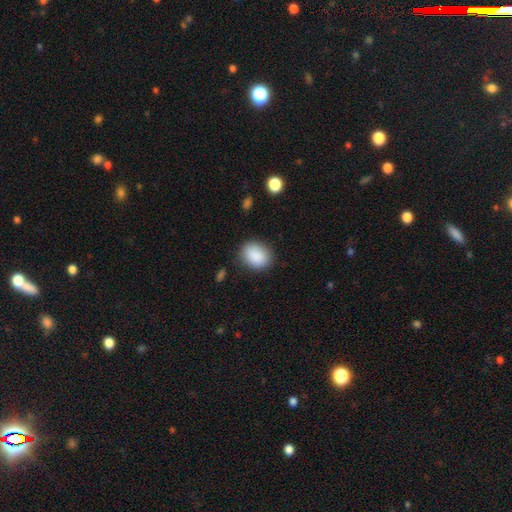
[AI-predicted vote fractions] smooth-or-featured: smooth: 88% | star or artifact: 7% | featured or disk: 4%
  how-rounded: in between: 56% | round: 43% | cigar-shaped: 1%
  merging: none: 81% | minor disturbance: 13% | major disturbance: 4% | merger: 2%